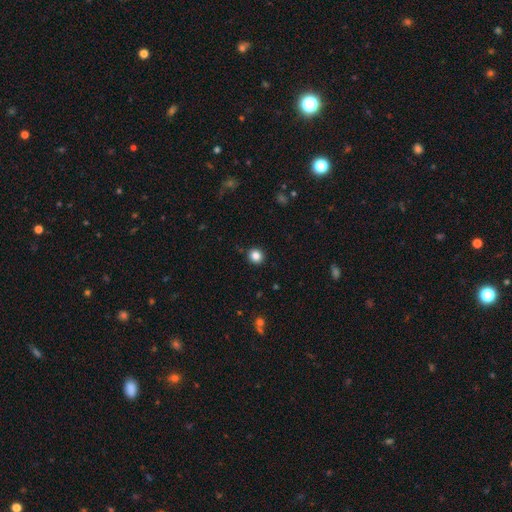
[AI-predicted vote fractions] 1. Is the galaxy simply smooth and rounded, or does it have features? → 85% smooth, 11% star or artifact, 4% featured or disk.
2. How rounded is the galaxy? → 92% round, 7% in between, 1% cigar-shaped.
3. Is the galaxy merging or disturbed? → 92% none, 5% minor disturbance, 2% major disturbance, 1% merger.